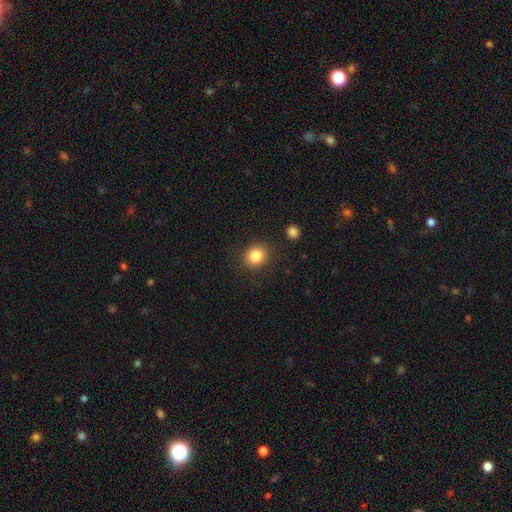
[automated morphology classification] A smooth galaxy with no disk features (84%) that is round (75%).

Vote fractions:
- Smooth or featured? smooth: 84% / star or artifact: 10% / featured or disk: 6%
- How rounded? round: 75% / in between: 24% / cigar-shaped: 1%
- Merging? none: 87% / minor disturbance: 8% / major disturbance: 3% / merger: 2%